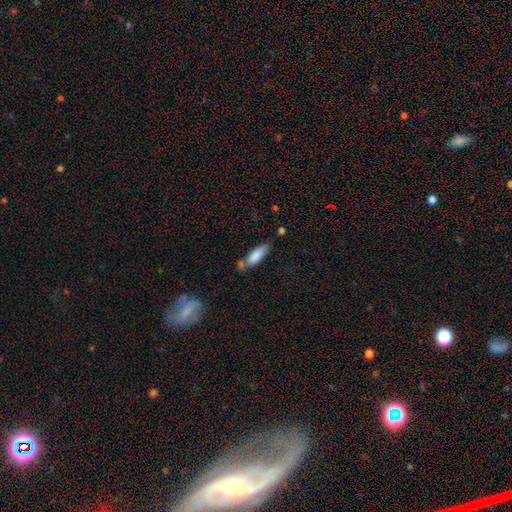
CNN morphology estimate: Overall: smooth (82%). How rounded: cigar-shaped (50%; in between 49%). Merging: none (51%; minor disturbance 22%).